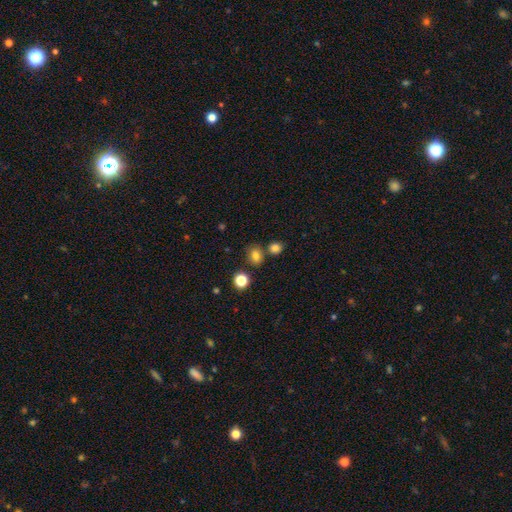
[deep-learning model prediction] A smooth galaxy with no disk features (79%) that is round (55%). Merging: none (71%).